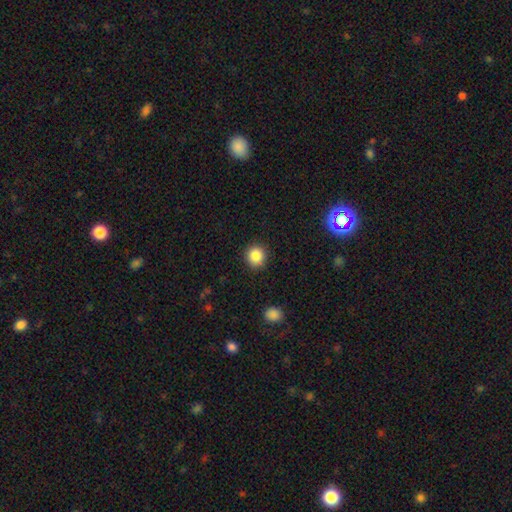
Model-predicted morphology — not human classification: This is clearly a smooth galaxy (85%). How rounded: clearly round (91%). Merging: clearly none (90%).